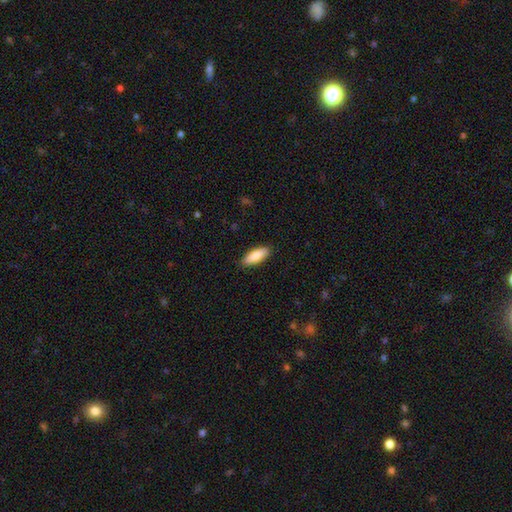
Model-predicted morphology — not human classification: This appears to be a smooth galaxy with no disk features (85%) that is in between round and cigar-shaped (66%). Merging: none (88%).